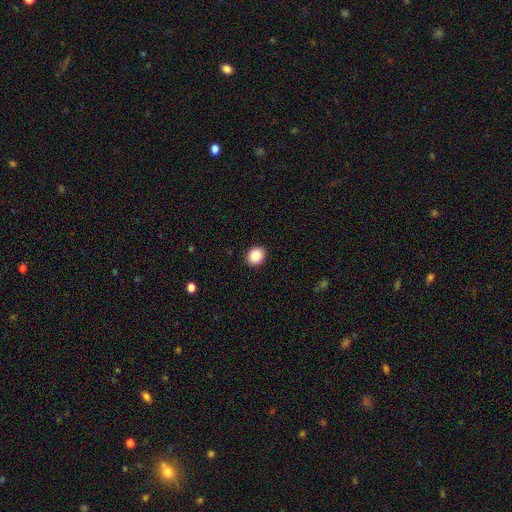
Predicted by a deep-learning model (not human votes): Smooth or featured?
  - smooth: 86% *
  - star or artifact: 9%
  - featured or disk: 5%
How rounded?
  - round: 70% *
  - in between: 29%
  - cigar-shaped: 1%
Merging?
  - none: 92% *
  - minor disturbance: 5%
  - major disturbance: 2%
  - merger: 1%